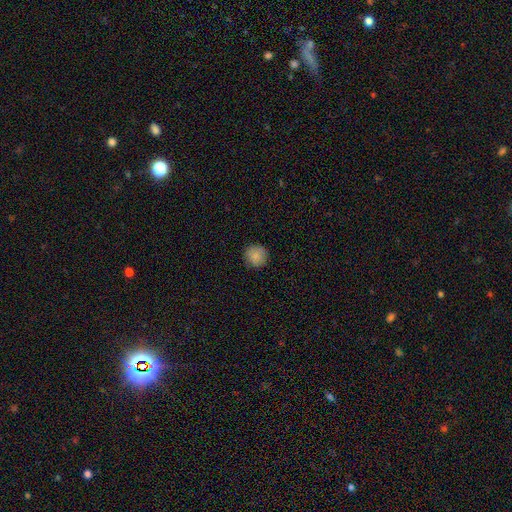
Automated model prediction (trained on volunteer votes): Smooth or featured: smooth — 85% (star or artifact — 9%)
How rounded: round — 94% (in between — 5%)
Merging: none — 87% (minor disturbance — 10%)